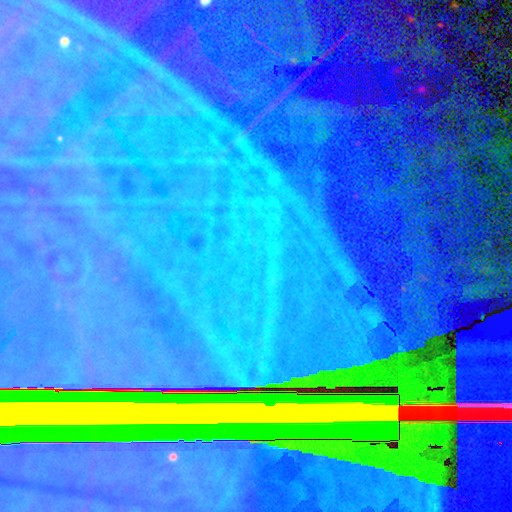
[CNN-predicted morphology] Smooth or featured?
  - star or artifact: 87% *
  - featured or disk: 7%
  - smooth: 6%